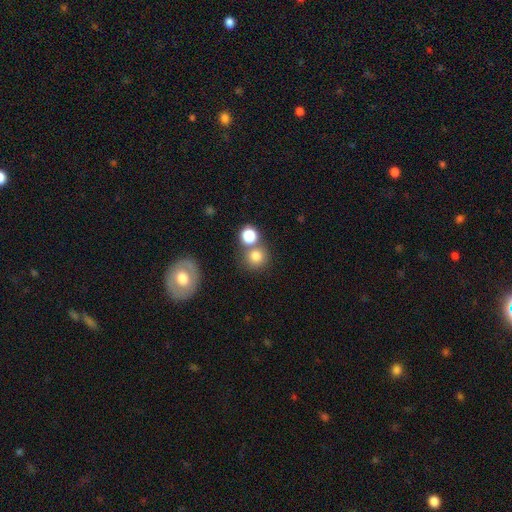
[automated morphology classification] This appears to be a smooth galaxy with no disk features (79%) that is round (87%). Merging: none (57%).